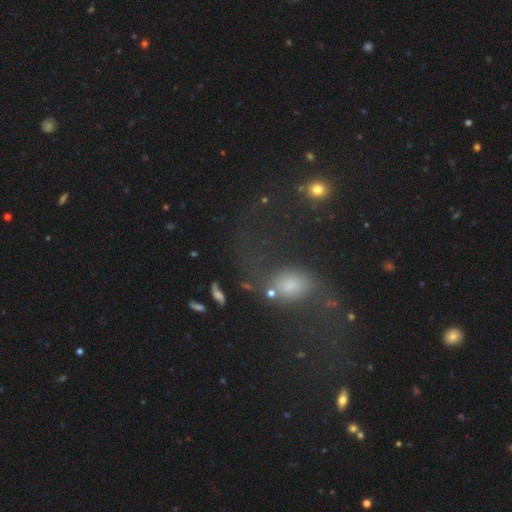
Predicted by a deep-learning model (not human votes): Smooth or featured?
  - featured or disk: 62% *
  - smooth: 21%
  - star or artifact: 16%
Edge-on disk?
  - no: 93% *
  - yes: 7%
Bar?
  - no: 56% *
  - weak: 32%
  - strong: 12%
Spiral arms?
  - yes: 84% *
  - no: 16%
Bulge size?
  - moderate: 40% *
  - small: 35%
  - large: 14%
  - none: 7%
  - dominant: 5%
Merging?
  - none: 50% *
  - major disturbance: 26%
  - minor disturbance: 15%
  - merger: 10%